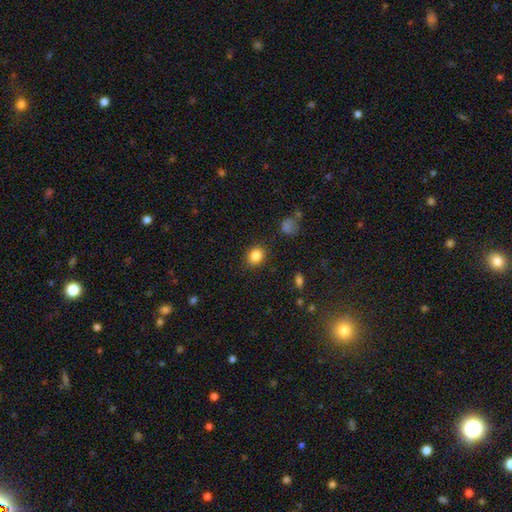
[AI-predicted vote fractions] The model was most divided on "how rounded": round: 59%, in between: 40%, cigar-shaped: 1%. More confident: merging — none (86%); smooth or featured — smooth (86%).